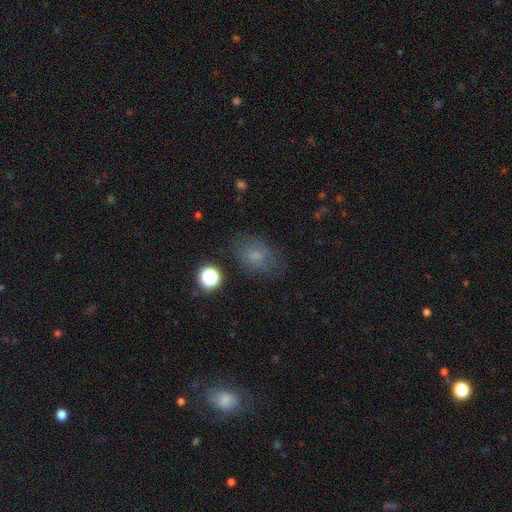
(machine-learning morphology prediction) smooth_or_featured: smooth (p=0.65) [alt: star or artifact p=0.18]
how_rounded: in between (p=0.69) [alt: round p=0.30]
merging: none (p=0.67) [alt: minor disturbance p=0.20]